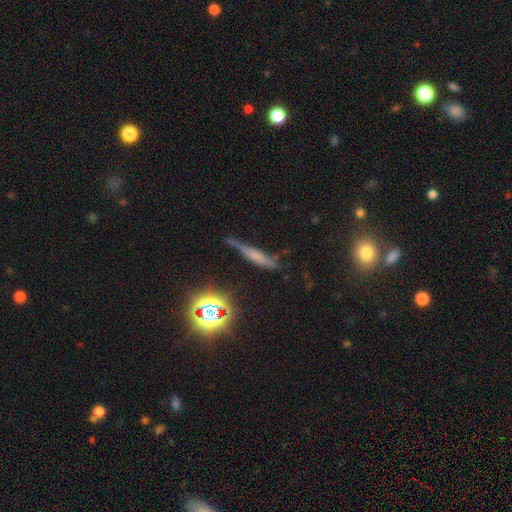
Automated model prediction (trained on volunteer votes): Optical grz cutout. It shows a smooth galaxy with no disk features (42%). Merging: none (61%).